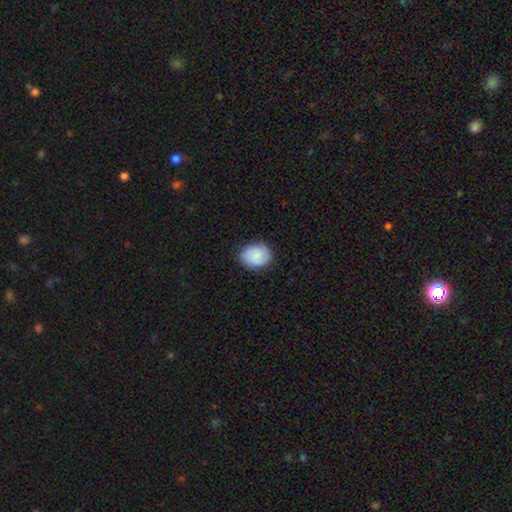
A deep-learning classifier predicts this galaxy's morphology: A smooth galaxy with no disk features (83%) that is in between round and cigar-shaped (61%).

Vote fractions:
- Smooth or featured? smooth: 83% / featured or disk: 11% / star or artifact: 7%
- How rounded? in between: 61% / round: 39% / cigar-shaped: 1%
- Merging? none: 82% / minor disturbance: 14% / major disturbance: 3% / merger: 1%